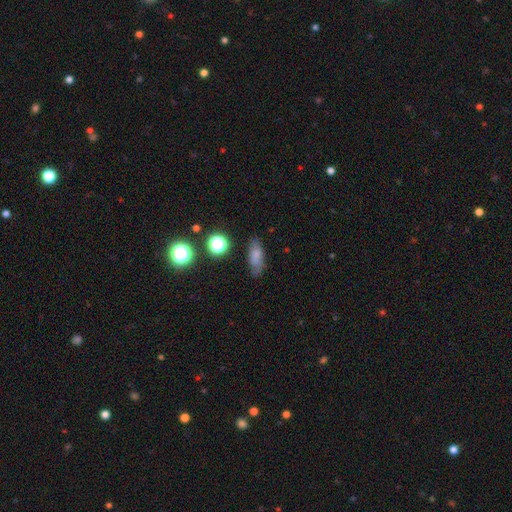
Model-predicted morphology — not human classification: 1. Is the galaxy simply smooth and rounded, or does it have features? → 69% smooth, 17% featured or disk, 14% star or artifact.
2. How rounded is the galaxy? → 74% in between, 19% cigar-shaped, 8% round.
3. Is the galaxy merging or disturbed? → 67% none, 23% minor disturbance, 7% major disturbance, 3% merger.